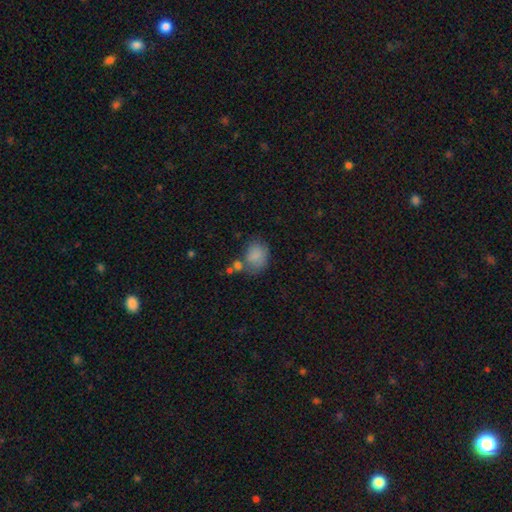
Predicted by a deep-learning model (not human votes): Smooth or featured? Predicted: smooth (p=0.82). How rounded? Predicted: round (p=0.56). Merging? Predicted: none (p=0.51).